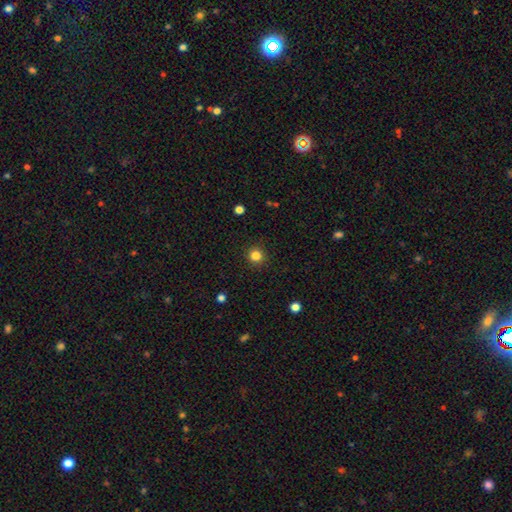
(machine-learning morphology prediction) Q: Smooth or featured?
A: smooth (83%); runner-up: star or artifact (12%)
Q: How rounded?
A: round (94%); runner-up: in between (5%)
Q: Merging?
A: none (92%); runner-up: minor disturbance (5%)